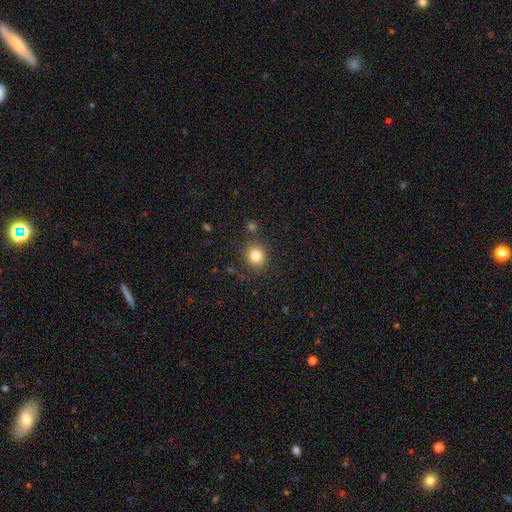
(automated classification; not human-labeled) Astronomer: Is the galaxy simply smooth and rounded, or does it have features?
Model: smooth — 82%.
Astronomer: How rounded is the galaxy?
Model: round — 75%.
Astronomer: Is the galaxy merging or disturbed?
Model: none — 81%.